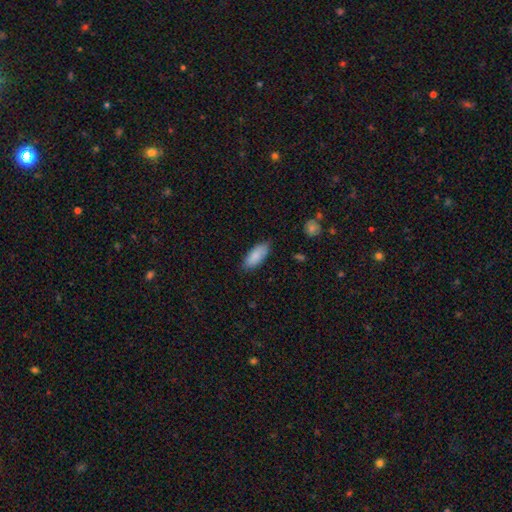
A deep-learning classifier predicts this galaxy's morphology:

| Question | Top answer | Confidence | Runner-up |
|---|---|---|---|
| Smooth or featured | smooth | 87% | featured or disk (7%) |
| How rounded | in between | 81% | cigar-shaped (17%) |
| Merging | none | 81% | minor disturbance (15%) |